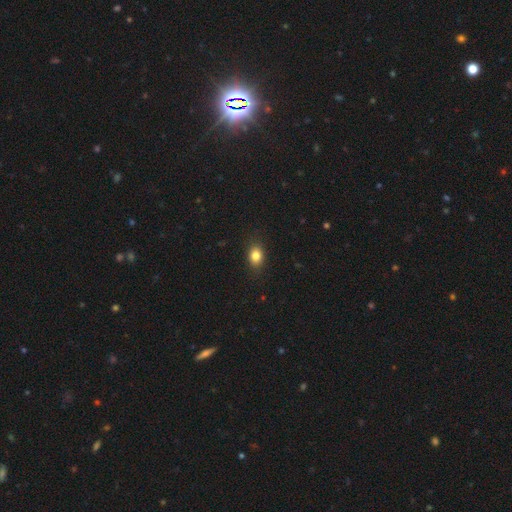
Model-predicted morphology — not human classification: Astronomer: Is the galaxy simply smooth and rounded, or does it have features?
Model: smooth — 83%.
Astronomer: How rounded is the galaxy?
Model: in between — 67%.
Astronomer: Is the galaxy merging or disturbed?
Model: none — 87%.